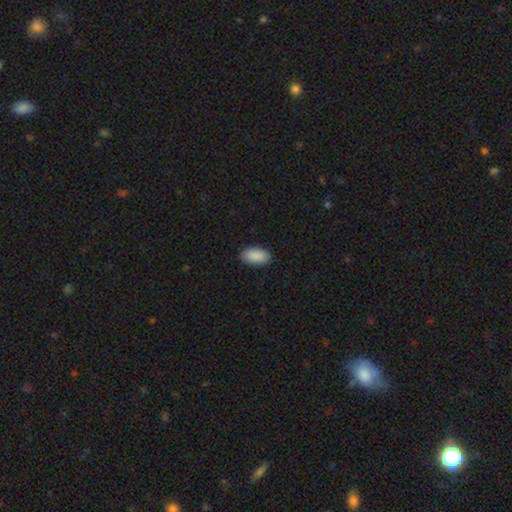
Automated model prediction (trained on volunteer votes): This appears to be a smooth galaxy with no disk features (91%) that is in between round and cigar-shaped (95%). Merging: none (89%).